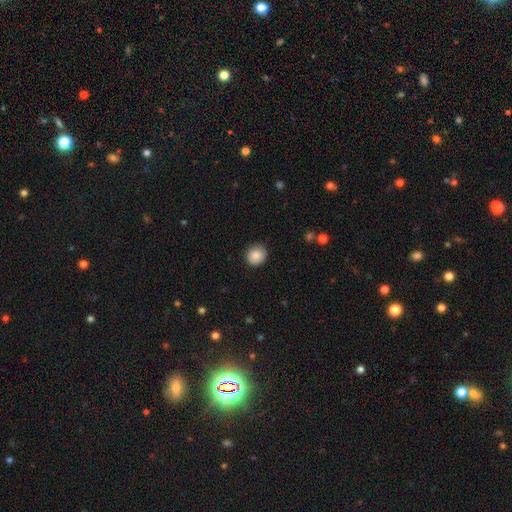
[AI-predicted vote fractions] This is clearly a smooth galaxy (87%). How rounded: clearly round (88%). Merging: clearly none (87%).